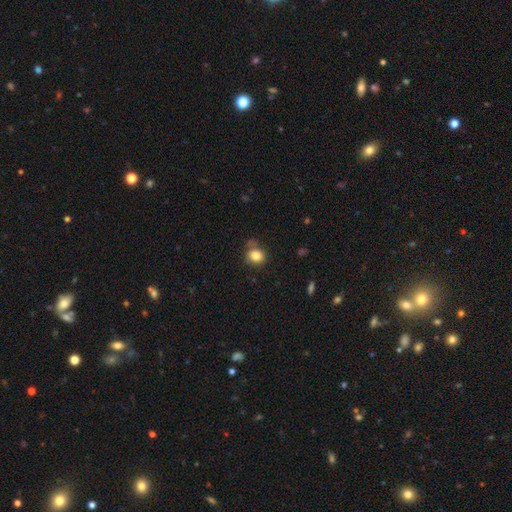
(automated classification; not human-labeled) Q: Smooth or featured?
A: smooth (83%); runner-up: star or artifact (10%)
Q: How rounded?
A: round (65%); runner-up: in between (34%)
Q: Merging?
A: none (66%); runner-up: minor disturbance (22%)